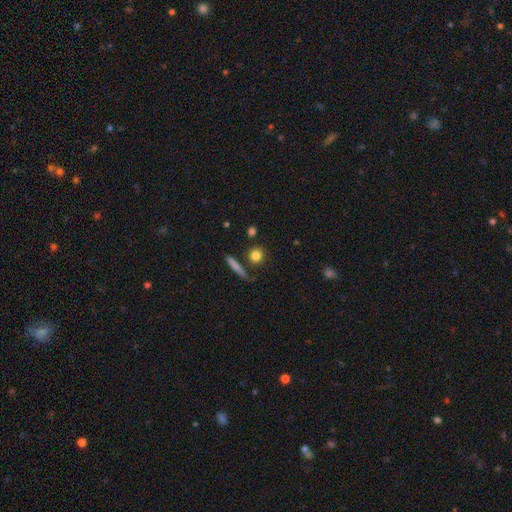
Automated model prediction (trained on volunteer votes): Q: Smooth or featured?
A: smooth (82%); runner-up: star or artifact (9%)
Q: How rounded?
A: round (82%); runner-up: in between (11%)
Q: Merging?
A: none (80%); runner-up: minor disturbance (9%)